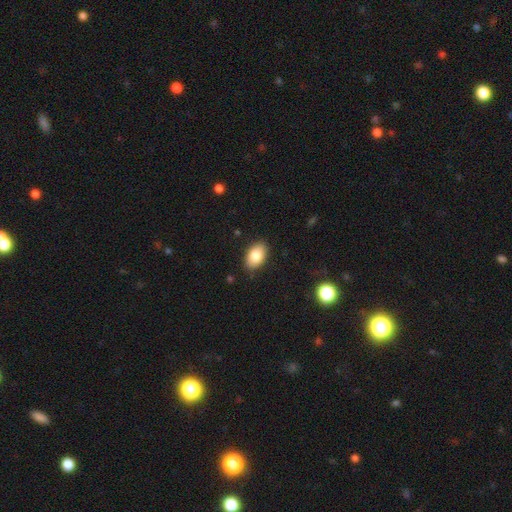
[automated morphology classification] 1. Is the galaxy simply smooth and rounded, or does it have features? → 84% smooth, 9% featured or disk, 7% star or artifact.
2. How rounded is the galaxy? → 91% in between, 8% round, 1% cigar-shaped.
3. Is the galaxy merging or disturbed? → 87% none, 10% minor disturbance, 2% major disturbance, 1% merger.